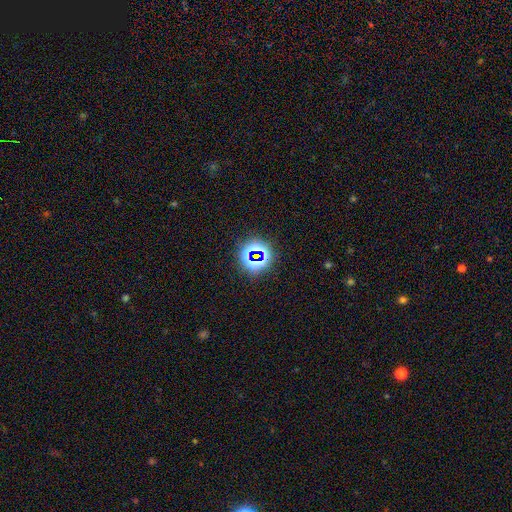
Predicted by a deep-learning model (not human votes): This appears to be a star or artifact, not a galaxy (70%).